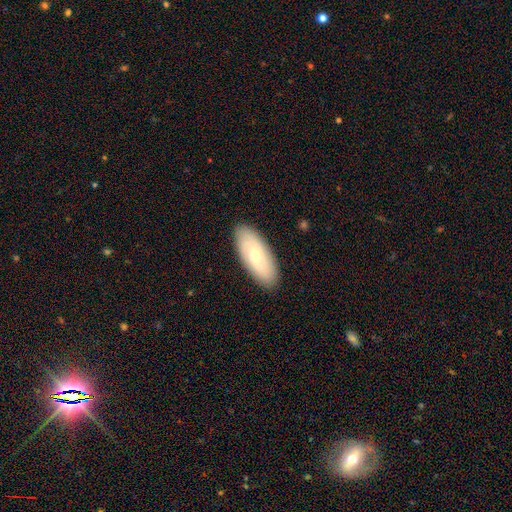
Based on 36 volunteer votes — A featured or disk galaxy (56%) with a weak bar (63%), 2 (60%) medium (53%) spiral arms (79%) and a small central bulge (68%).

Vote fractions:
- Smooth or featured? featured or disk: 56% / smooth: 42% / star or artifact: 3%
- Edge-on disk? no: 95% / yes: 5%
- Bar? weak: 63% / no: 37% / strong: 0%
- Spiral arms? yes: 79% / no: 21%
- Spiral winding? medium: 53% / loose: 27% / tight: 20%
- Spiral arm count? 2: 60% / can't tell: 27% / 3: 13% / 1: 0% / 4: 0% / more than 4: 0%
- Bulge size? small: 68% / moderate: 32% / dominant: 0% / large: 0% / none: 0%
- Merging? none: 100% / minor disturbance: 0% / major disturbance: 0% / merger: 0%